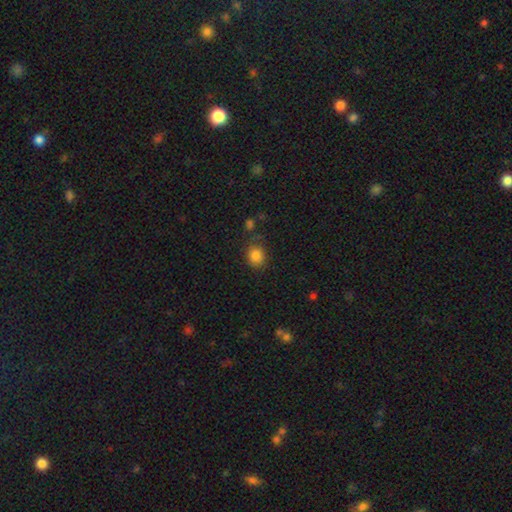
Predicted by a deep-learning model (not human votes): Q: Smooth or featured?
A: smooth (83%); runner-up: star or artifact (11%)
Q: How rounded?
A: round (72%); runner-up: in between (27%)
Q: Merging?
A: none (74%); runner-up: minor disturbance (16%)